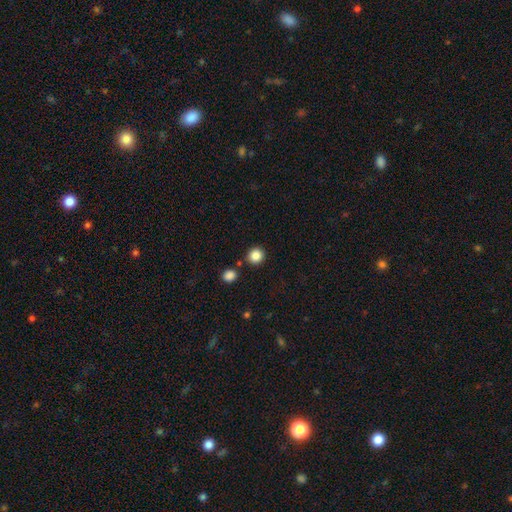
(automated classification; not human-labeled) The model was most divided on "smooth or featured": smooth: 86%, star or artifact: 10%, featured or disk: 4%. More confident: how rounded — round (92%); merging — none (85%).